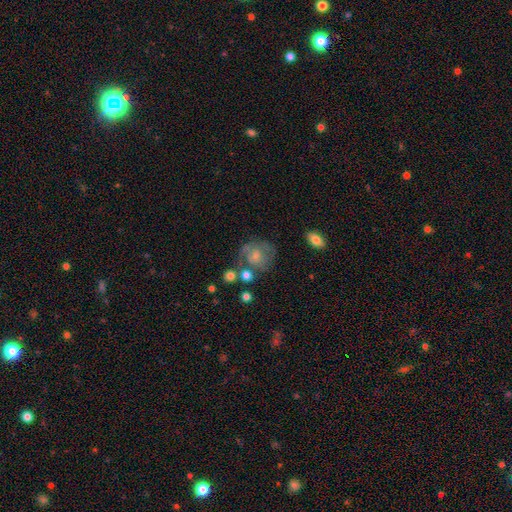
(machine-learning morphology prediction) A featured or disk galaxy (47%). Merging: none (50%).